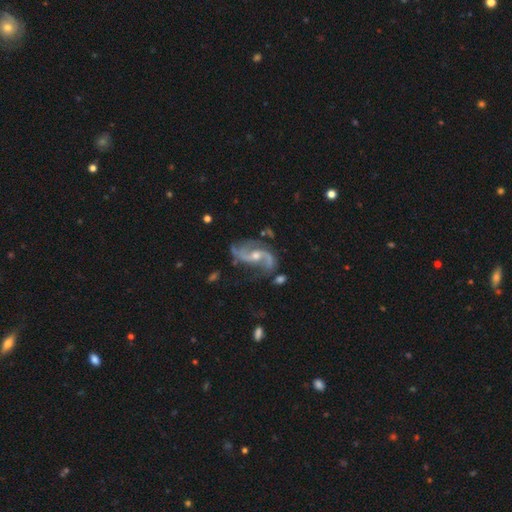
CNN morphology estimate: Q: Smooth or featured?
A: featured or disk (90%); runner-up: star or artifact (6%)
Q: Edge-on disk?
A: no (97%); runner-up: yes (3%)
Q: Bar?
A: no (42%); runner-up: weak (41%)
Q: Spiral arms?
A: yes (97%); runner-up: no (3%)
Q: Spiral winding?
A: loose (60%); runner-up: medium (32%)
Q: Spiral arm count?
A: 2 (89%); runner-up: can't tell (3%)
Q: Bulge size?
A: moderate (53%); runner-up: small (42%)
Q: Merging?
A: none (60%); runner-up: minor disturbance (21%)